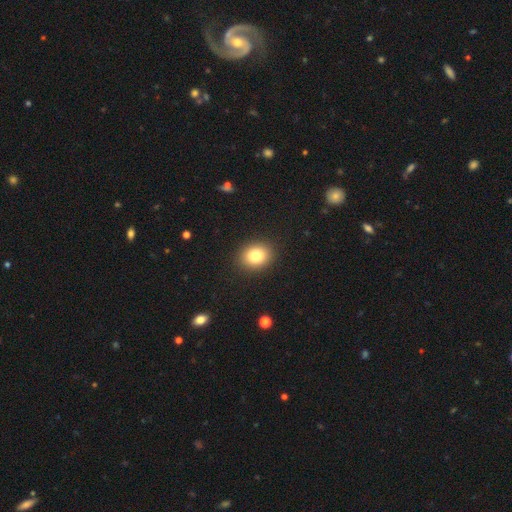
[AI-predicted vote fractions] Overall: smooth (84%). How rounded: round (51%; in between 48%). Merging: none (89%).